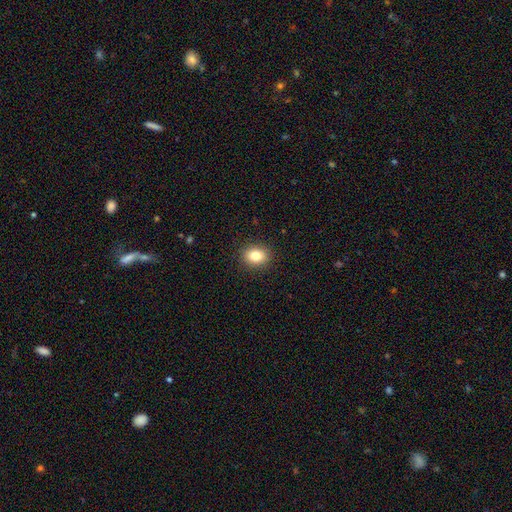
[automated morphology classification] This is clearly a smooth galaxy (82%). How rounded: possibly in between (55%). Merging: clearly none (90%).